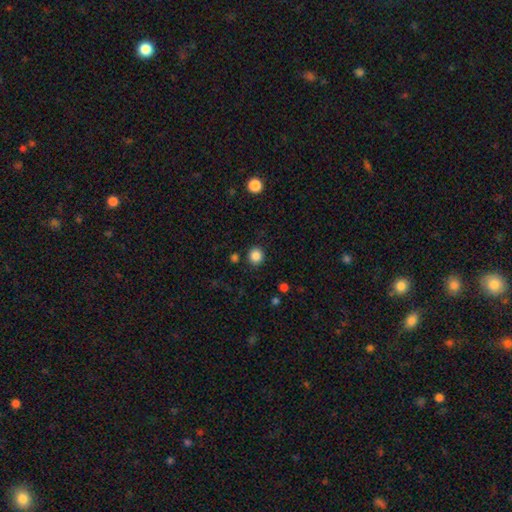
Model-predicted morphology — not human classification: Overall: smooth (86%). How rounded: round (87%). Merging: none (88%).